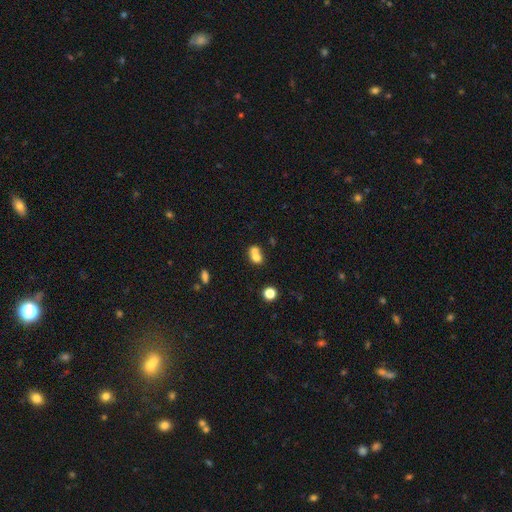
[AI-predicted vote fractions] This is likely a smooth galaxy (70%). How rounded: likely round (64%). Merging: likely merger (64%).